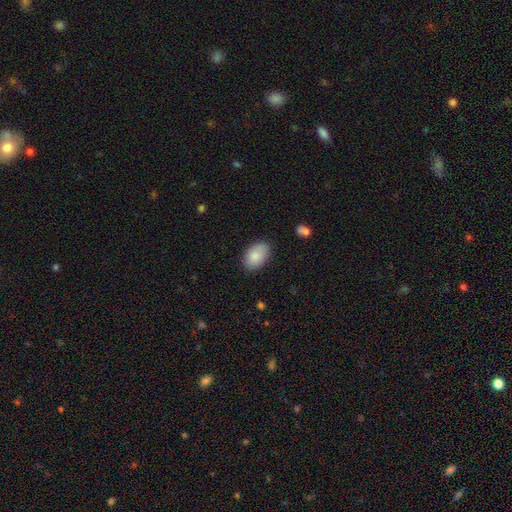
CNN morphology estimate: Smooth or featured? Predicted: smooth (p=0.86). How rounded? Predicted: in between (p=0.90). Merging? Predicted: none (p=0.81).